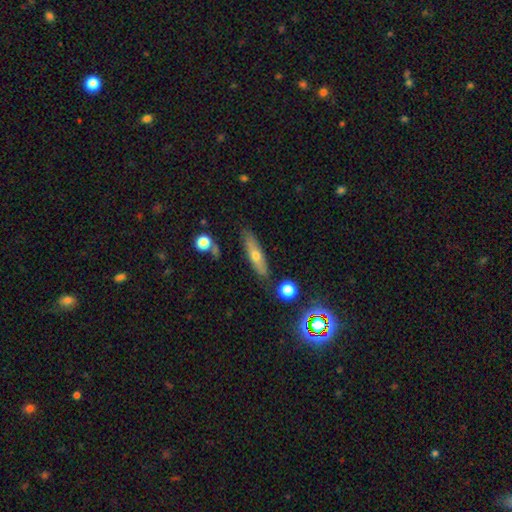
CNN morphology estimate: A smooth galaxy with no disk features (48%).

Vote fractions:
- Smooth or featured? smooth: 48% / featured or disk: 41% / star or artifact: 10%
- Merging? none: 82% / minor disturbance: 12% / merger: 3% / major disturbance: 3%